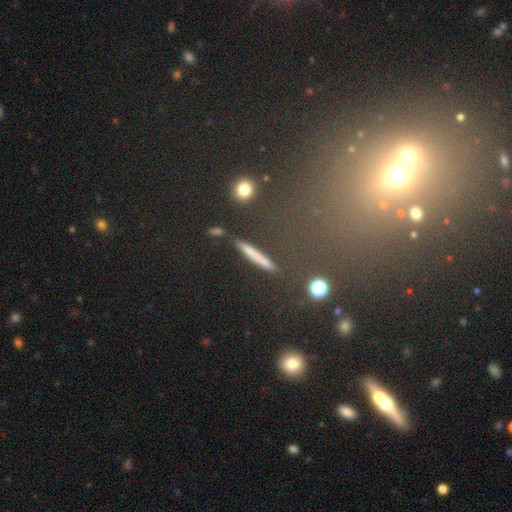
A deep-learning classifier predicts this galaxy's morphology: Smooth or featured? Predicted: smooth (p=0.59). How rounded? Predicted: cigar-shaped (p=0.89). Merging? Predicted: none (p=0.85).